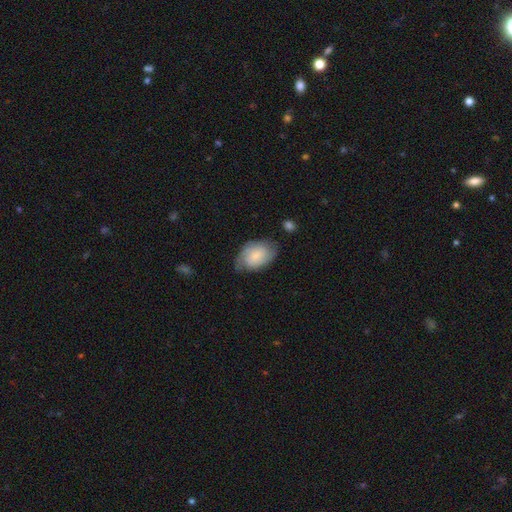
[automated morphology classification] A smooth galaxy with no disk features (59%) that is in between round and cigar-shaped (88%). Merging: none (61%).